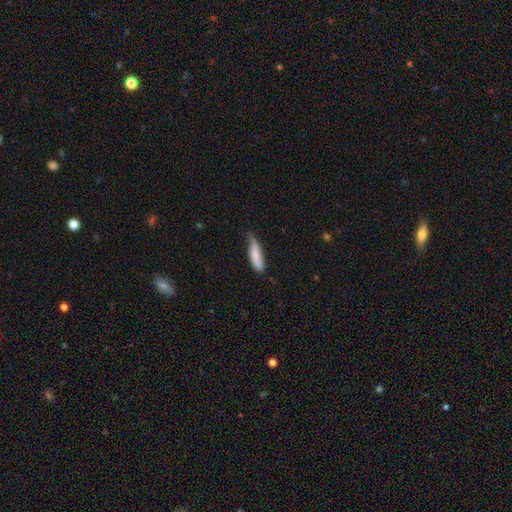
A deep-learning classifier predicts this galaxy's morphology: smooth-or-featured: smooth: 75% | featured or disk: 19% | star or artifact: 6%
  how-rounded: cigar-shaped: 70% | in between: 28% | round: 2%
  merging: none: 44% | minor disturbance: 43% | major disturbance: 10% | merger: 3%